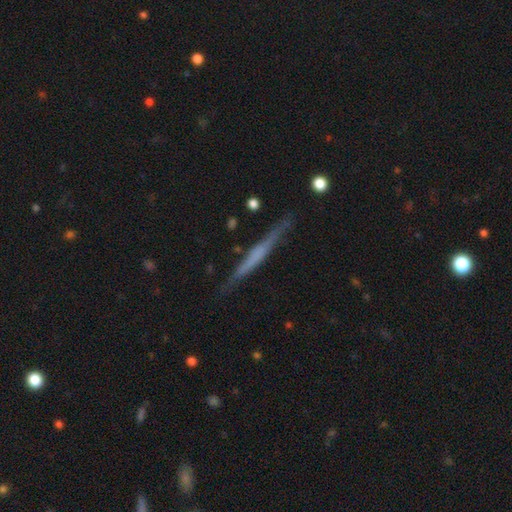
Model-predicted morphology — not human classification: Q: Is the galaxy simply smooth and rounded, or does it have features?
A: featured or disk — 60%.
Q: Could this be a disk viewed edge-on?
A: yes — 97%.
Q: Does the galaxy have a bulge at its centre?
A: none — 67%.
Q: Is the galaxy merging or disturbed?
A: none — 85%.